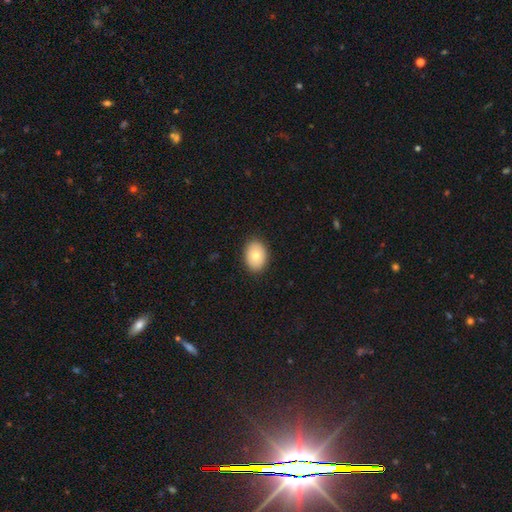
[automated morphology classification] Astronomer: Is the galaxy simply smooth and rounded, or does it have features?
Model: smooth — 80%.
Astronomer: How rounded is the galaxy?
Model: in between — 73%.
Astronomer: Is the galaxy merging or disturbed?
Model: none — 89%.